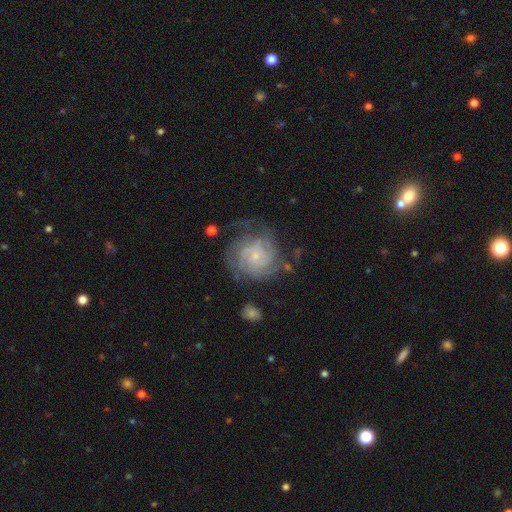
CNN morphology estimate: Smooth or featured? Predicted: featured or disk (p=0.81). Edge-on disk? Predicted: no (p=0.98). Bar? Predicted: no (p=0.68). Spiral arms? Predicted: yes (p=0.95). Spiral winding? Predicted: tight (p=0.69). Spiral arm count? Predicted: can't tell (p=0.34). Bulge size? Predicted: small (p=0.78). Merging? Predicted: none (p=0.63).